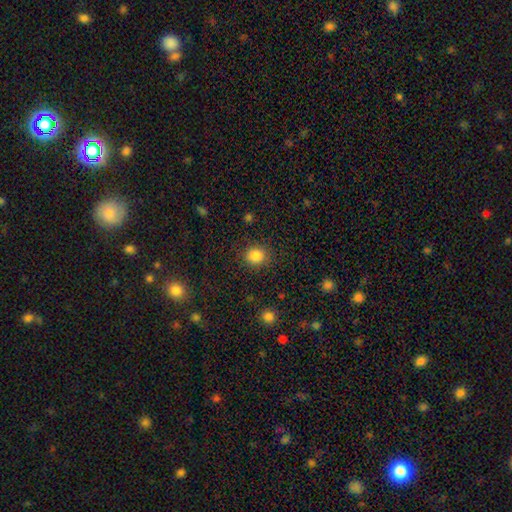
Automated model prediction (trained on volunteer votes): Overall: smooth (85%). How rounded: round (85%). Merging: none (88%).